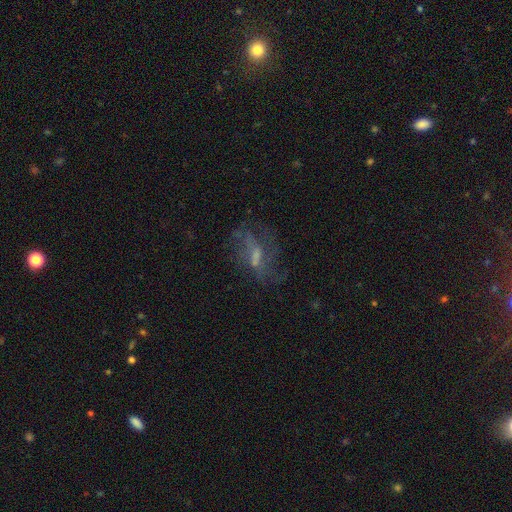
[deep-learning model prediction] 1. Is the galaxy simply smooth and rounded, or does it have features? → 61% featured or disk, 23% smooth, 16% star or artifact.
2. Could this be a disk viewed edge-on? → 91% no, 9% yes.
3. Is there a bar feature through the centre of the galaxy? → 46% weak, 33% no, 21% strong.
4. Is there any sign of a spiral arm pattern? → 61% yes, 39% no.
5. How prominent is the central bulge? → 38% small, 29% none, 28% moderate, 4% large, 1% dominant.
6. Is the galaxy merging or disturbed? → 53% none, 26% major disturbance, 18% minor disturbance, 3% merger.